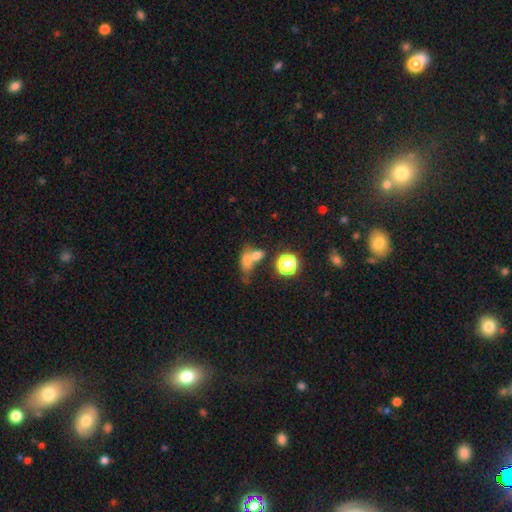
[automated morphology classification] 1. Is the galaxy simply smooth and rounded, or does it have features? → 68% smooth, 17% featured or disk, 15% star or artifact.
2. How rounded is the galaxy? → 60% in between, 35% round, 5% cigar-shaped.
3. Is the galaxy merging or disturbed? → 52% merger, 29% none, 11% minor disturbance, 8% major disturbance.